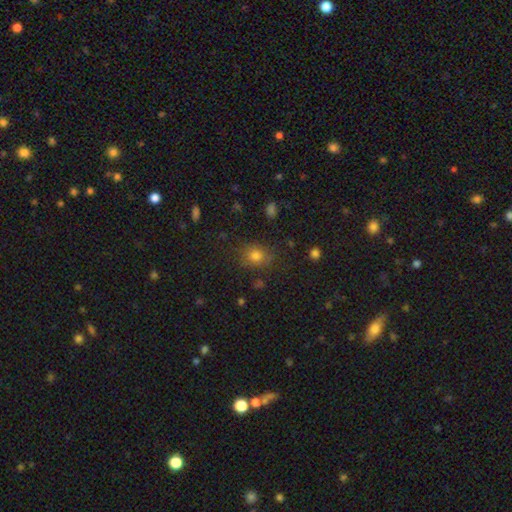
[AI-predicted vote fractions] A smooth galaxy with no disk features (78%) that is round (69%). Merging: none (80%).